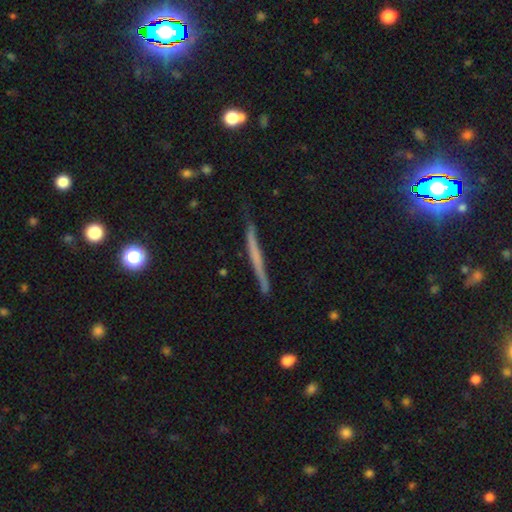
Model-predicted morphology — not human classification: A featured or disk galaxy (52%) viewed edge-on (97%) with no central bulge (85%). Merging: none (86%).